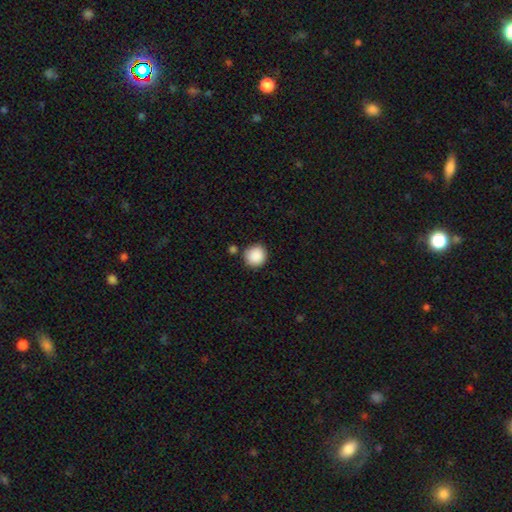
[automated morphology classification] The model was most divided on "merging": none: 83%, minor disturbance: 9%, merger: 5%, major disturbance: 3%. More confident: how rounded — round (93%); smooth or featured — smooth (89%).